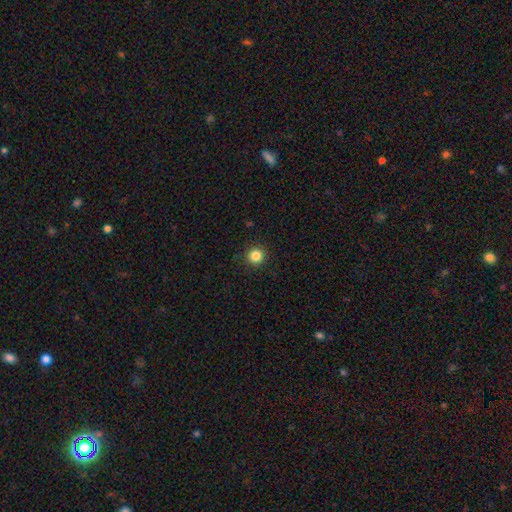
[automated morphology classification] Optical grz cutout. It shows a smooth galaxy with no disk features (84%) that is round (95%). Merging: none (92%).